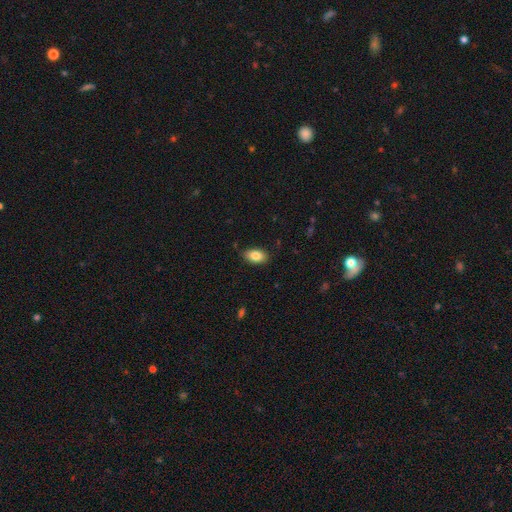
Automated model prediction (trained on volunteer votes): Smooth or featured? smooth (85%)
How rounded? in between (90%)
Merging? none (85%)